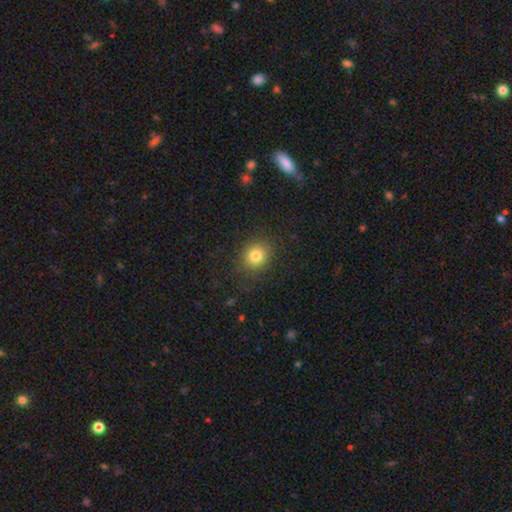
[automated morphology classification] Smooth or featured: smooth — 80% (star or artifact — 13%)
How rounded: round — 83% (in between — 17%)
Merging: none — 87% (minor disturbance — 9%)